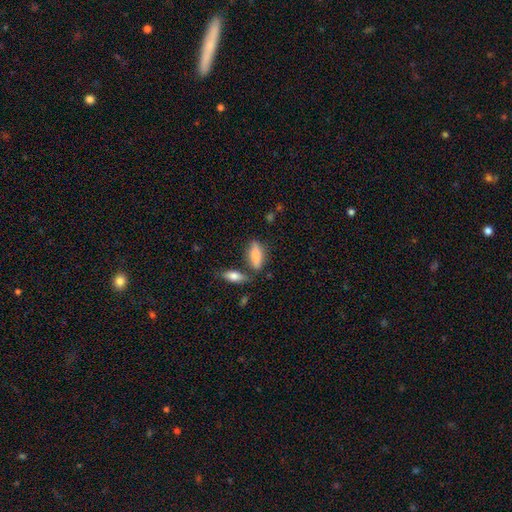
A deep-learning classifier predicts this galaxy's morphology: Smooth or featured: smooth — 78% (featured or disk — 15%)
How rounded: in between — 64% (cigar-shaped — 33%)
Merging: none — 64% (minor disturbance — 16%)